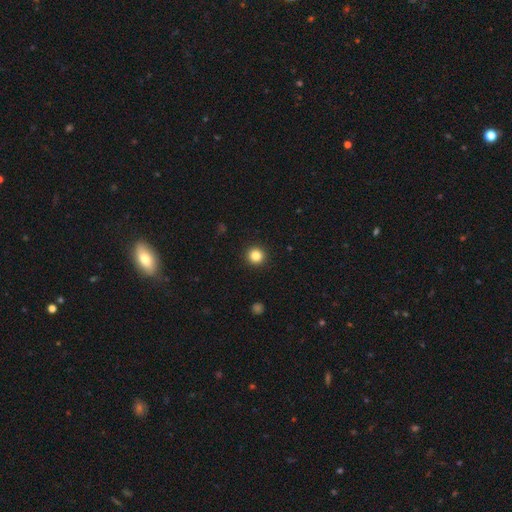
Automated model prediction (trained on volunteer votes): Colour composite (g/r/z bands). It shows a smooth galaxy with no disk features (85%) that is round (95%). Merging: none (93%).